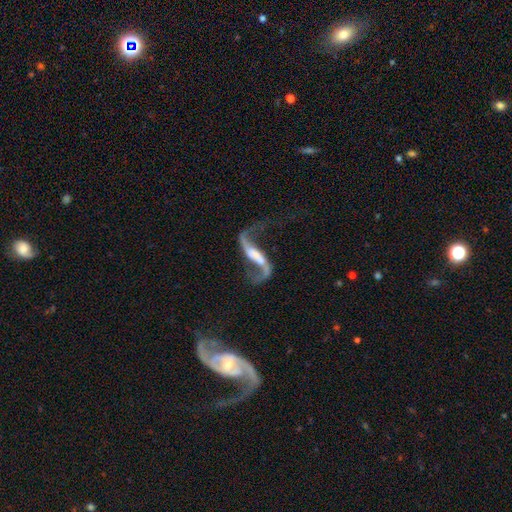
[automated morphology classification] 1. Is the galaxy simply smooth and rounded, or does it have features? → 87% featured or disk, 8% smooth, 6% star or artifact.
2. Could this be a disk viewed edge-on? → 92% no, 8% yes.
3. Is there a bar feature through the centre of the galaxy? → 44% strong, 33% weak, 23% no.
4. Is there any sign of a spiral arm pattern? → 94% yes, 6% no.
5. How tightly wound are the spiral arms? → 92% loose, 6% medium, 2% tight.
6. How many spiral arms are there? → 91% 2, 5% 1, 1% can't tell, 1% 3, 1% 4, 1% more than 4.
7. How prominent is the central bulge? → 37% none, 24% small, 21% moderate, 14% large, 4% dominant.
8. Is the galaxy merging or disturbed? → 57% none, 20% major disturbance, 15% minor disturbance, 8% merger.